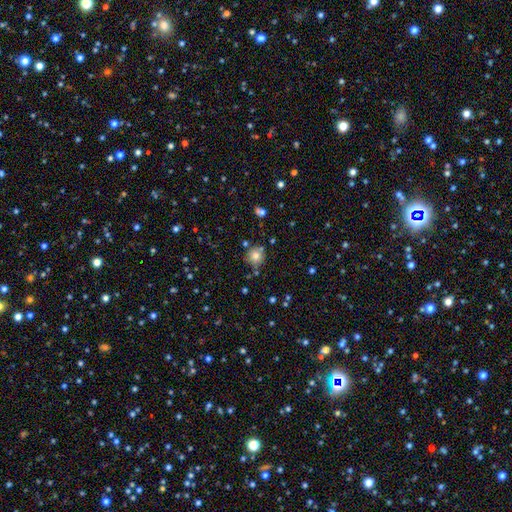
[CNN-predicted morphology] A smooth galaxy with no disk features (75%) that is round (91%).

Vote fractions:
- Smooth or featured? smooth: 75% / star or artifact: 15% / featured or disk: 11%
- How rounded? round: 91% / in between: 8% / cigar-shaped: 1%
- Merging? none: 78% / minor disturbance: 12% / merger: 7% / major disturbance: 3%